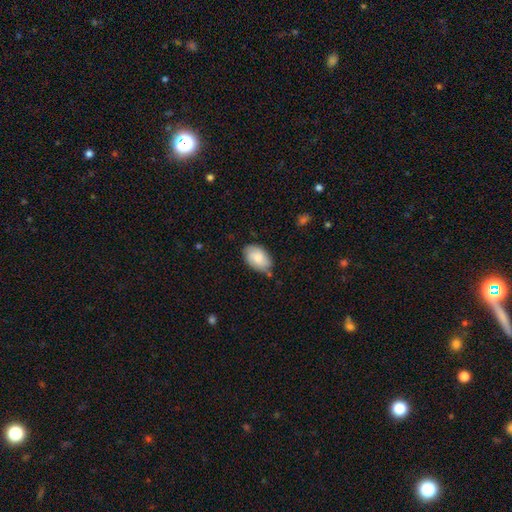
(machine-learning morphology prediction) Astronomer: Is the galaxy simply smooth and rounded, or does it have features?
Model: smooth — 76%.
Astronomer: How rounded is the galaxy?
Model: in between — 90%.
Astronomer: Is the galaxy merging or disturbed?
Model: none — 71%.